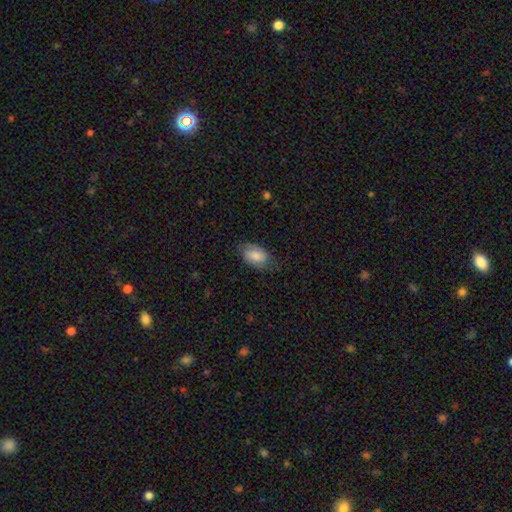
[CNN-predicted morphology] Overall: smooth (63%; featured or disk 30%). How rounded: in between (92%). Merging: none (67%).